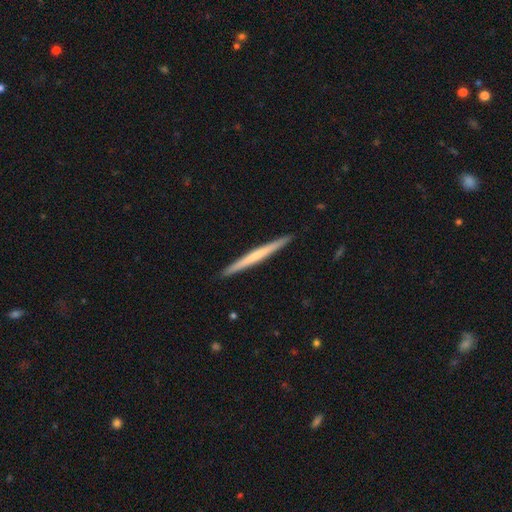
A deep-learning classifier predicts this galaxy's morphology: Smooth or featured: featured or disk — 50% (smooth — 45%)
Edge-on disk: yes — 98% (no — 2%)
Merging: none — 93% (minor disturbance — 5%)